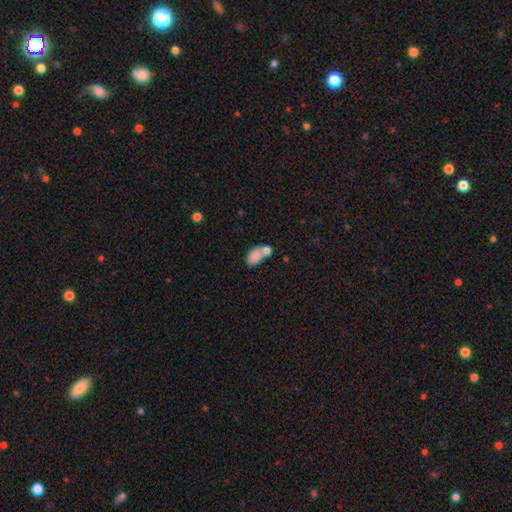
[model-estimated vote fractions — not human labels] Morphology: type=smooth (80%); roundness=in between (89%); merging=merger (49%).